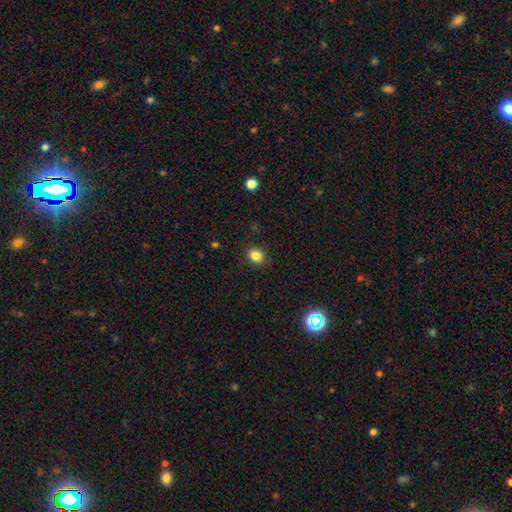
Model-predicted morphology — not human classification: smooth_or_featured: smooth (p=0.83) [alt: star or artifact p=0.11]
how_rounded: round (p=0.54) [alt: in between p=0.45]
merging: none (p=0.89) [alt: minor disturbance p=0.08]